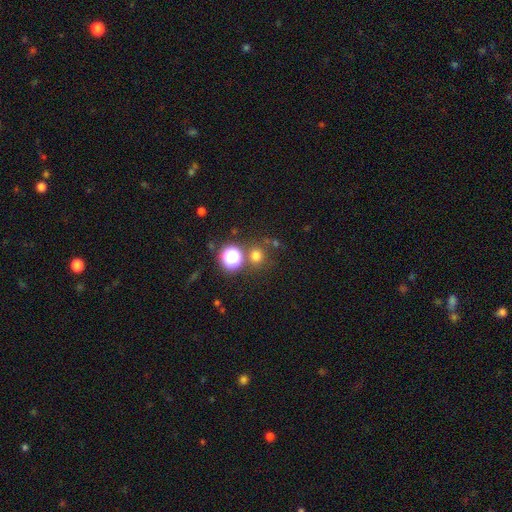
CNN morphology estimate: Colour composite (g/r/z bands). It shows a smooth galaxy with no disk features (68%) that is round (90%). Merging: none (75%).